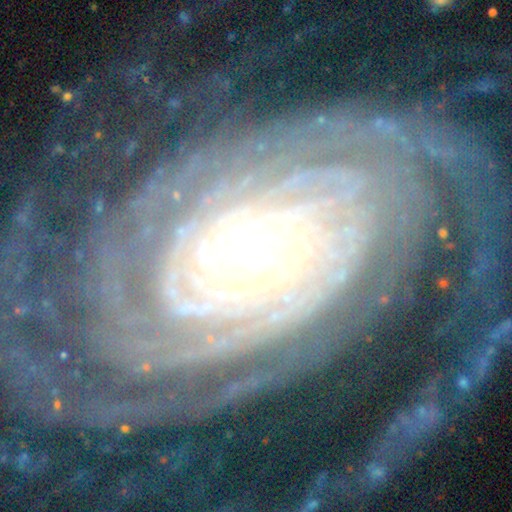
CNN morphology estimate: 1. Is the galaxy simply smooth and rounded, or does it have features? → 92% featured or disk, 5% star or artifact, 4% smooth.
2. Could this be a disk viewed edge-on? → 96% no, 4% yes.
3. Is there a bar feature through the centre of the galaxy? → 71% no, 16% weak, 13% strong.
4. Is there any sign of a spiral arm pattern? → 98% yes, 2% no.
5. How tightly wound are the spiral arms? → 80% tight, 15% medium, 4% loose.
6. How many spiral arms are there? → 26% 2, 20% can't tell, 16% more than 4, 14% 3, 14% 4, 9% 1.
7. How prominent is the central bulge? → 49% small, 39% moderate, 8% large, 2% dominant, 1% none.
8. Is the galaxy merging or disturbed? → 70% none, 15% major disturbance, 14% minor disturbance, 2% merger.